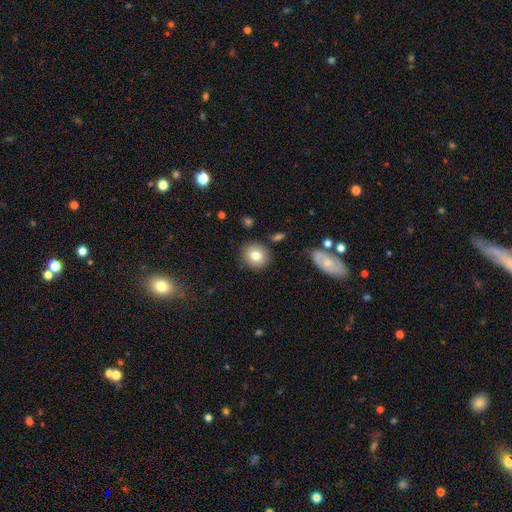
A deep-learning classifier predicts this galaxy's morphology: smooth_or_featured: smooth (p=0.80) [alt: featured or disk p=0.11]
how_rounded: round (p=0.82) [alt: in between p=0.17]
merging: none (p=0.86) [alt: minor disturbance p=0.09]